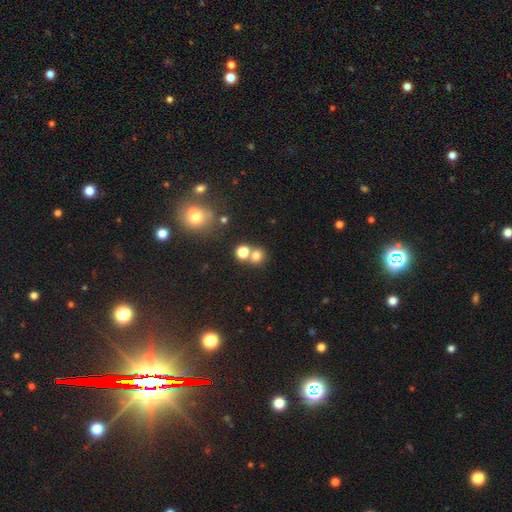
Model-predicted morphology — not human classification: This is likely a smooth galaxy (74%). How rounded: clearly round (84%). Merging: possibly none (54%).